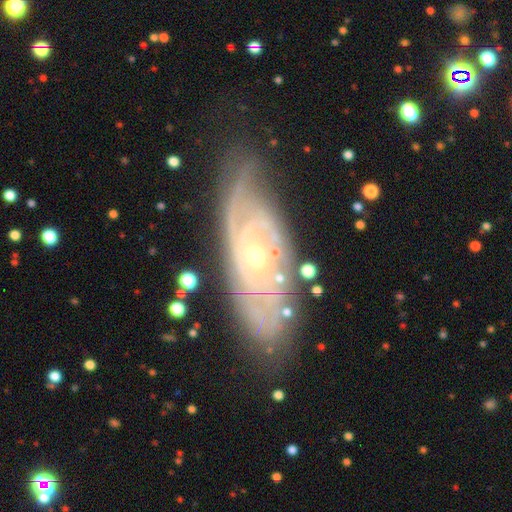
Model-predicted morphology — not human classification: smooth_or_featured: featured or disk (p=0.86) [alt: smooth p=0.08]
disk_edge_on: no (p=0.88) [alt: yes p=0.12]
bar: no (p=0.72) [alt: weak p=0.22]
has_spiral_arms: yes (p=0.93) [alt: no p=0.07]
spiral_winding: tight (p=0.77) [alt: medium p=0.19]
spiral_arm_count: can't tell (p=0.41) [alt: 2 p=0.25]
bulge_size: small (p=0.64) [alt: moderate p=0.33]
merging: none (p=0.73) [alt: minor disturbance p=0.19]